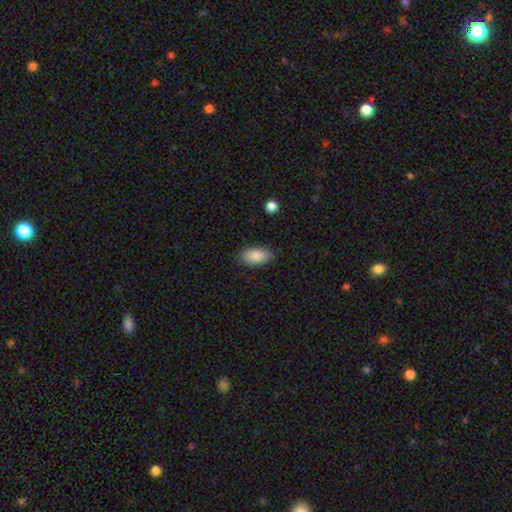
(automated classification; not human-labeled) smooth-or-featured: smooth: 87% | star or artifact: 7% | featured or disk: 7%
  how-rounded: in between: 93% | cigar-shaped: 4% | round: 3%
  merging: none: 83% | minor disturbance: 13% | major disturbance: 3% | merger: 1%